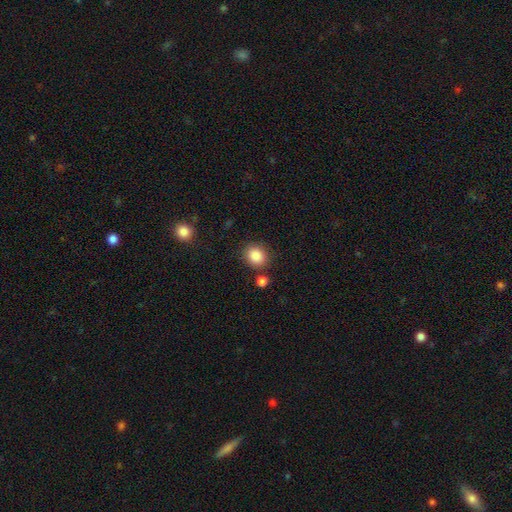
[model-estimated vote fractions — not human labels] Smooth or featured?
  - smooth: 87% *
  - star or artifact: 9%
  - featured or disk: 4%
How rounded?
  - round: 67% *
  - in between: 32%
  - cigar-shaped: 1%
Merging?
  - none: 82% *
  - minor disturbance: 10%
  - merger: 5%
  - major disturbance: 3%